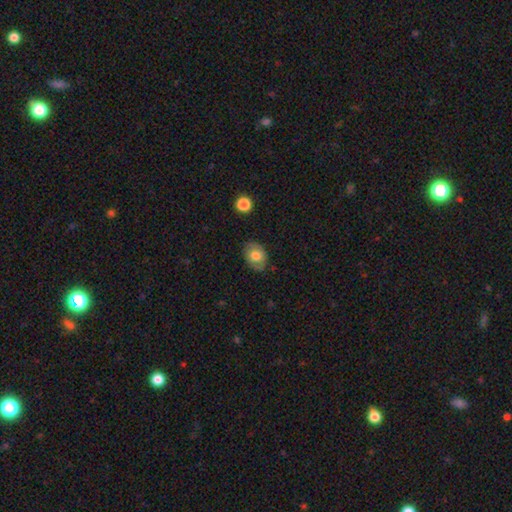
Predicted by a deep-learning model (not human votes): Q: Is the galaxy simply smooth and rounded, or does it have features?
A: smooth — 67%.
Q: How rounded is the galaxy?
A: in between — 69%.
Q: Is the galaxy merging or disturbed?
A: none — 79%.